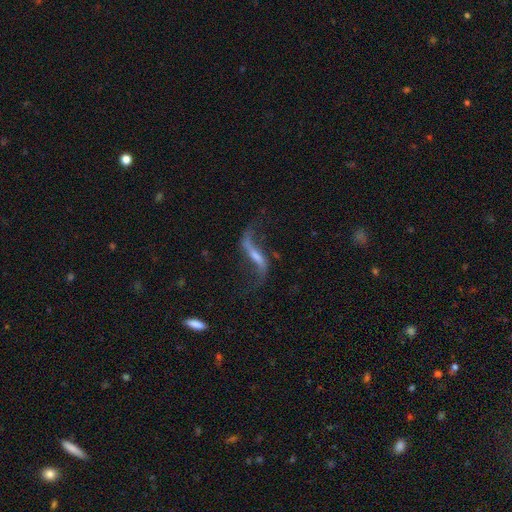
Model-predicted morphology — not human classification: type=featured or disk (82%); edge-on=no (81%); bar=strong (51%); spiral arms=yes (92%); winding=loose (94%); arm count=2 (91%); bulge=none (35%); merging=none (60%).